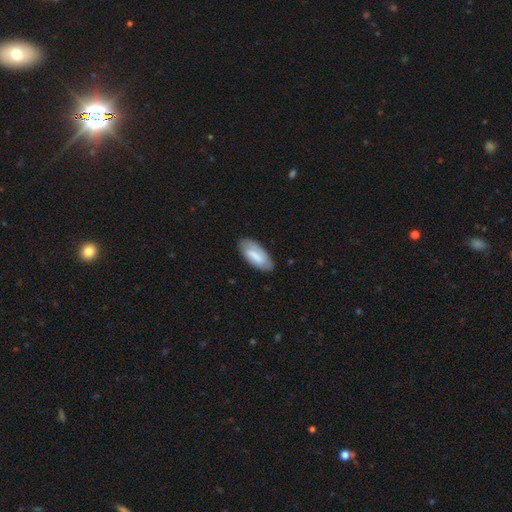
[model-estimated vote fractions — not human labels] Morphology: type=smooth (65%); roundness=in between (88%); merging=none (79%).